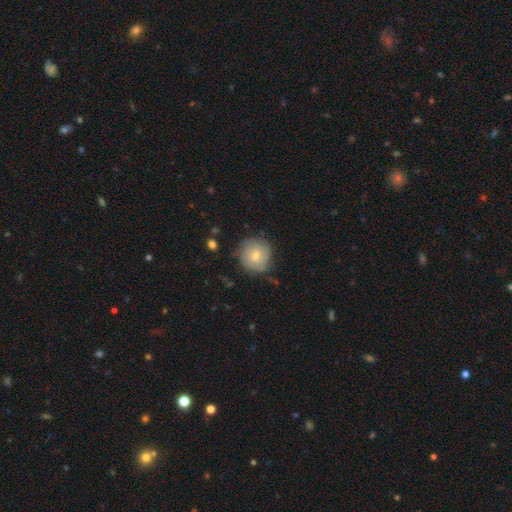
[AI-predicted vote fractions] Smooth or featured? Predicted: smooth (p=0.67). How rounded? Predicted: round (p=0.92). Merging? Predicted: none (p=0.76).